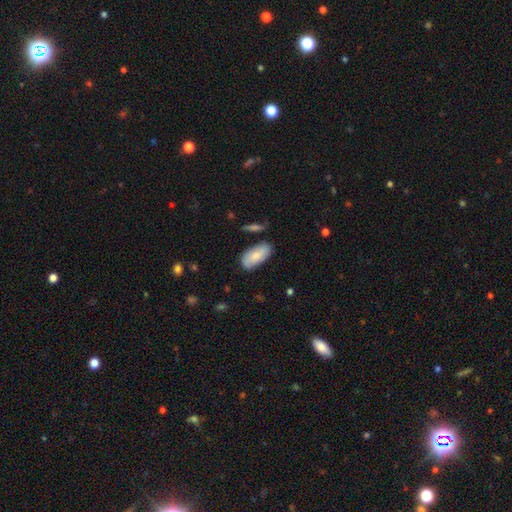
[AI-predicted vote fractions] The model was most divided on "merging": none: 74%, minor disturbance: 19%, major disturbance: 4%, merger: 4%. More confident: how rounded — in between (93%); smooth or featured — smooth (77%).